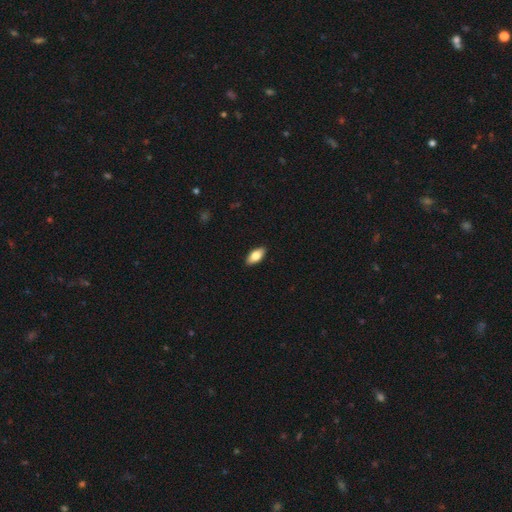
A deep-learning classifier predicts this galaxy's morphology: Smooth or featured? smooth (80%)
How rounded? in between (90%)
Merging? none (90%)